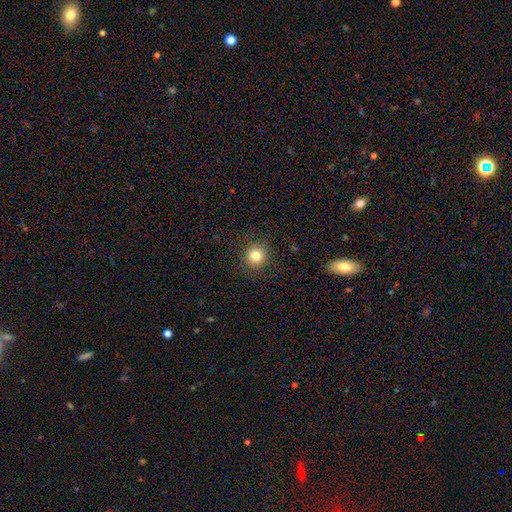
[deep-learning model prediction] Overall: smooth (82%). How rounded: round (93%). Merging: none (90%).